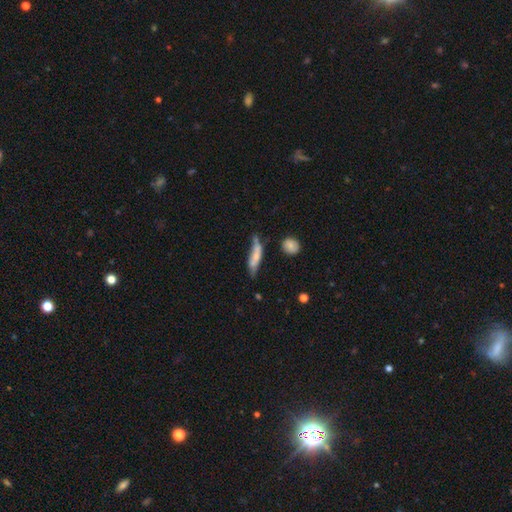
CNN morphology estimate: Smooth or featured: smooth — 62% (featured or disk — 31%)
How rounded: cigar-shaped — 71% (in between — 26%)
Merging: none — 43% (minor disturbance — 33%)